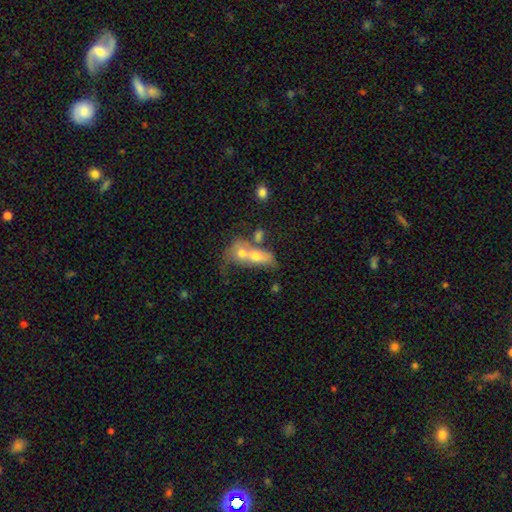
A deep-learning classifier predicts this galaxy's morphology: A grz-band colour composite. It shows a smooth galaxy with no disk features (52%) that is in between round and cigar-shaped (66%). Merging: merger (67%).